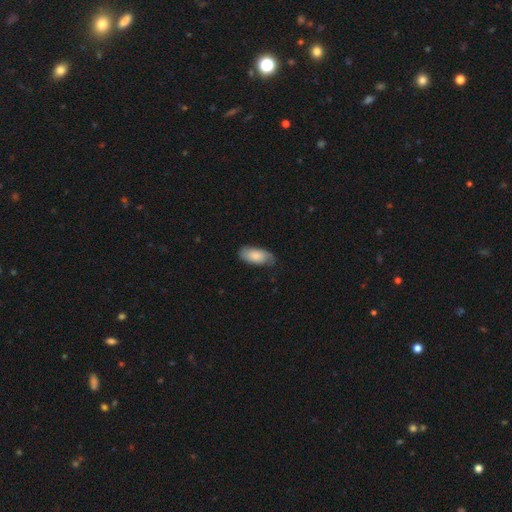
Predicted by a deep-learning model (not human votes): Smooth or featured? smooth (76%)
How rounded? in between (91%)
Merging? none (68%)